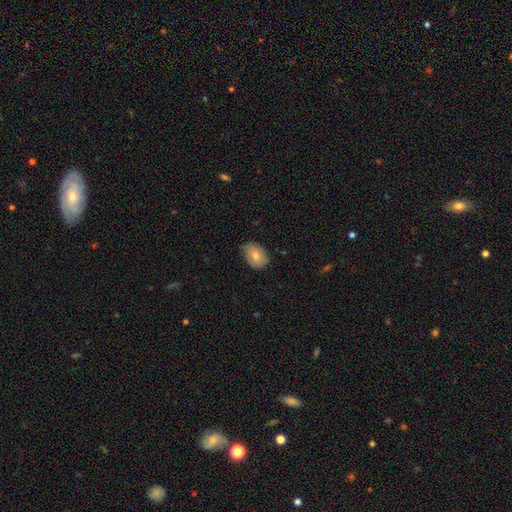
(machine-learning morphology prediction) Smooth or featured: smooth — 74% (featured or disk — 19%)
How rounded: in between — 76% (round — 23%)
Merging: none — 65% (minor disturbance — 30%)